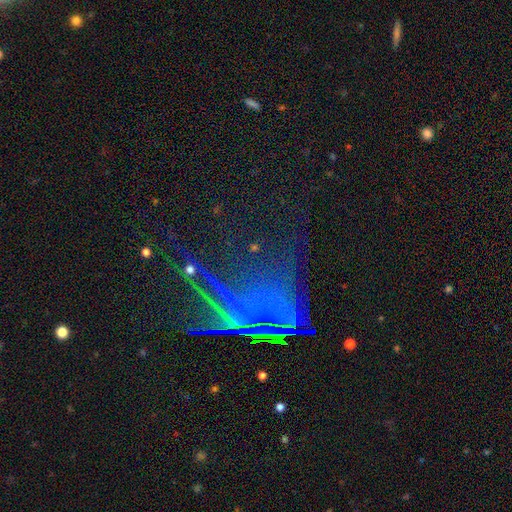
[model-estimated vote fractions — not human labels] star or artifact 74%, featured or disk 15%, smooth 11%.